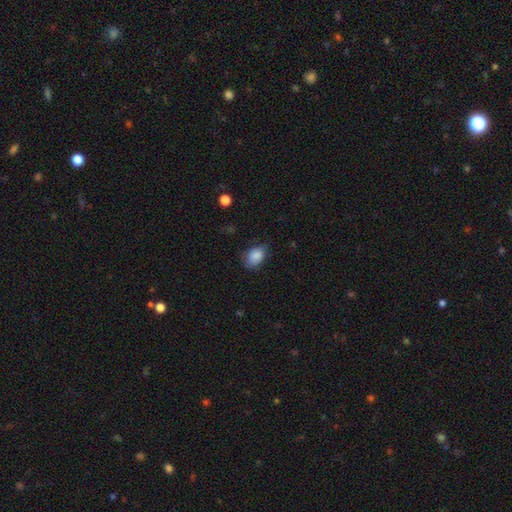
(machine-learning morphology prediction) Smooth or featured? smooth (87%)
How rounded? in between (81%)
Merging? none (63%)